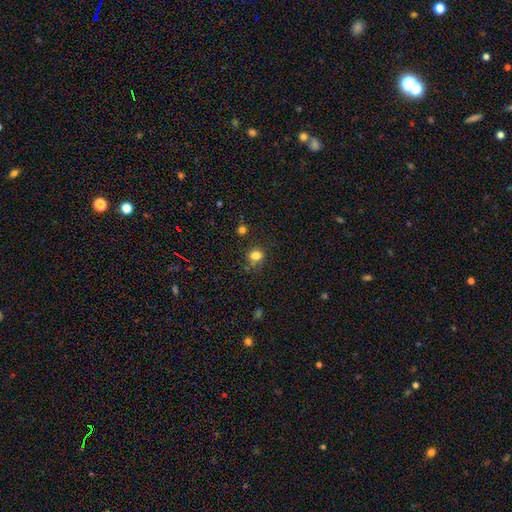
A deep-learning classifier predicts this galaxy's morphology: smooth 80%, star or artifact 14%, featured or disk 6%. Down the decision tree: how rounded — round (79%); merging — none (72%).